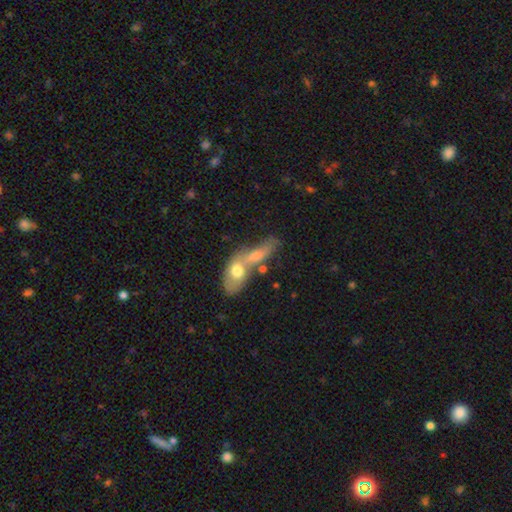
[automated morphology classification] Smooth or featured? Predicted: smooth (p=0.60). How rounded? Predicted: in between (p=0.58). Merging? Predicted: merger (p=0.63).